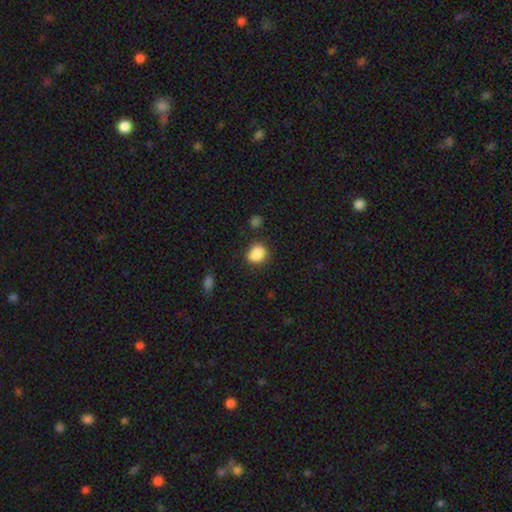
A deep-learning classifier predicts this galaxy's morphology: This is clearly a smooth galaxy (87%). How rounded: possibly in between (58%). Merging: likely none (73%).